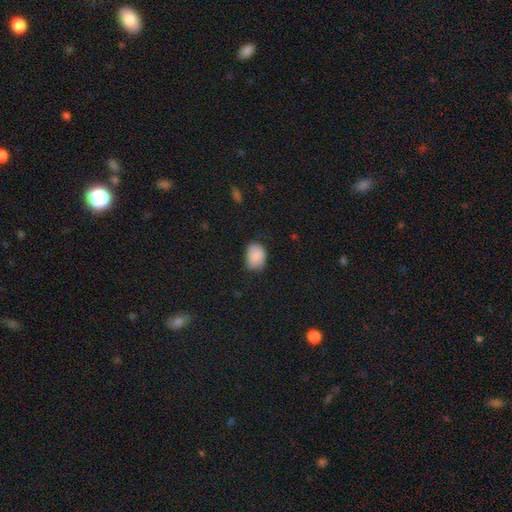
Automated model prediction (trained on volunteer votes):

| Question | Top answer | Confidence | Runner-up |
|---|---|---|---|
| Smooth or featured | smooth | 88% | star or artifact (7%) |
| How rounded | in between | 74% | round (25%) |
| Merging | none | 73% | minor disturbance (22%) |